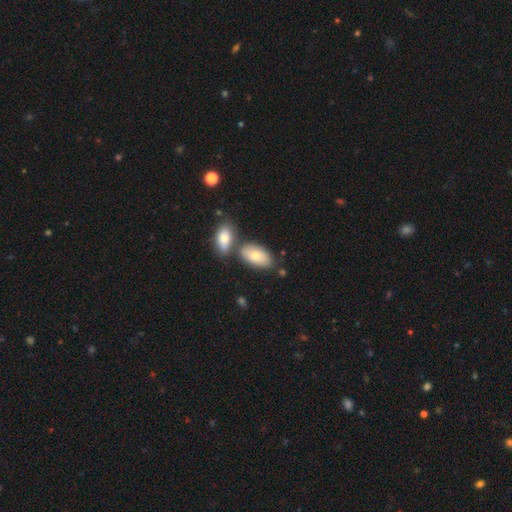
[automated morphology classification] Smooth or featured?
  - smooth: 75% *
  - featured or disk: 19%
  - star or artifact: 6%
How rounded?
  - in between: 93% *
  - round: 4%
  - cigar-shaped: 3%
Merging?
  - none: 58% *
  - merger: 27%
  - minor disturbance: 12%
  - major disturbance: 3%